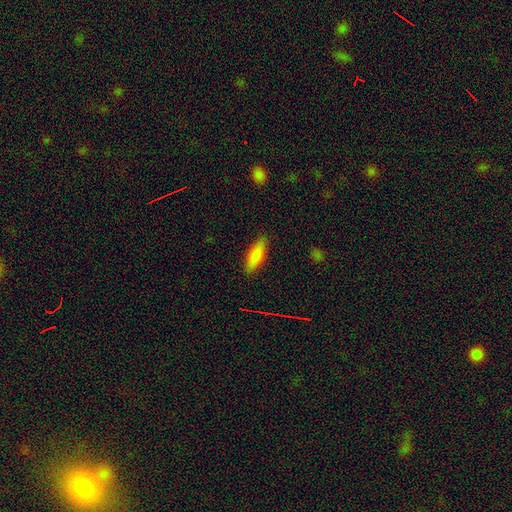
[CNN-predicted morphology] Q: Smooth or featured?
A: smooth (84%); runner-up: featured or disk (8%)
Q: How rounded?
A: in between (57%); runner-up: cigar-shaped (41%)
Q: Merging?
A: none (85%); runner-up: minor disturbance (11%)